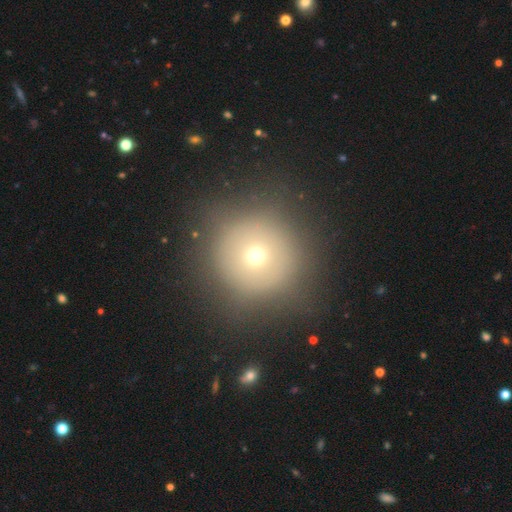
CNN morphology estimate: This is likely a smooth galaxy (63%). How rounded: clearly round (96%). Merging: clearly none (82%).